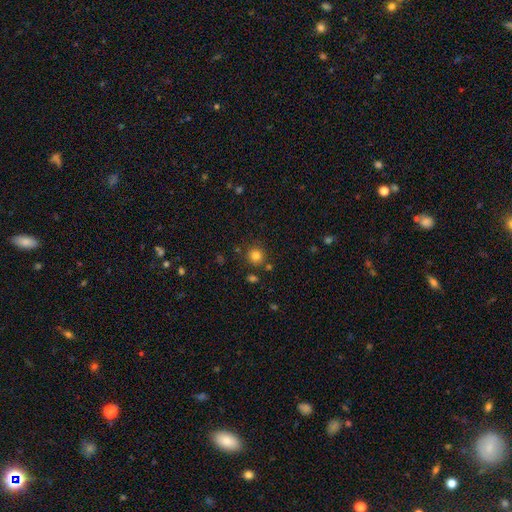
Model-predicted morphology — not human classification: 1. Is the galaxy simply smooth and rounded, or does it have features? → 82% smooth, 13% star or artifact, 6% featured or disk.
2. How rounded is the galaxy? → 93% round, 6% in between, 1% cigar-shaped.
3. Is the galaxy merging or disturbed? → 84% none, 8% minor disturbance, 5% merger, 3% major disturbance.